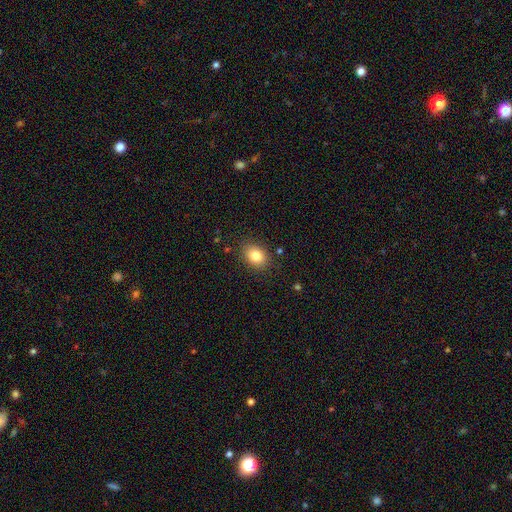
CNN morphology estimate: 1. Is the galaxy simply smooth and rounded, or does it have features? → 83% smooth, 10% star or artifact, 7% featured or disk.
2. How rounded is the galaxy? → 61% in between, 38% round, 1% cigar-shaped.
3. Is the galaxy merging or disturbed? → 86% none, 10% minor disturbance, 3% major disturbance, 1% merger.